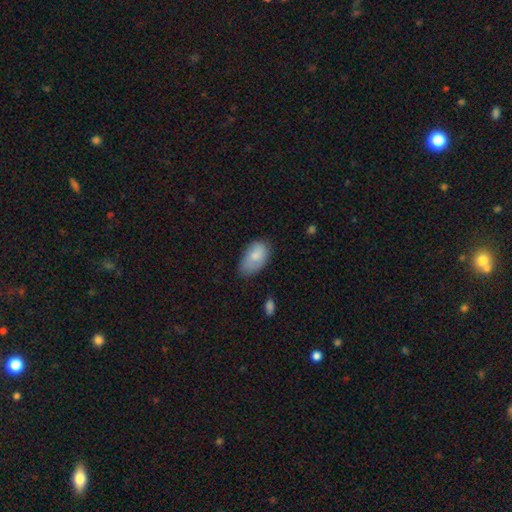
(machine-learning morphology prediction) Smooth or featured? smooth (81%)
How rounded? in between (93%)
Merging? none (58%)